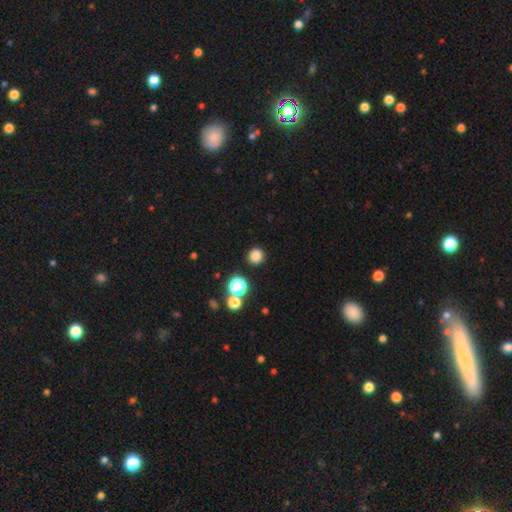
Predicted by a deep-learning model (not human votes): This is clearly a smooth galaxy (81%). How rounded: clearly round (93%). Merging: clearly none (89%).